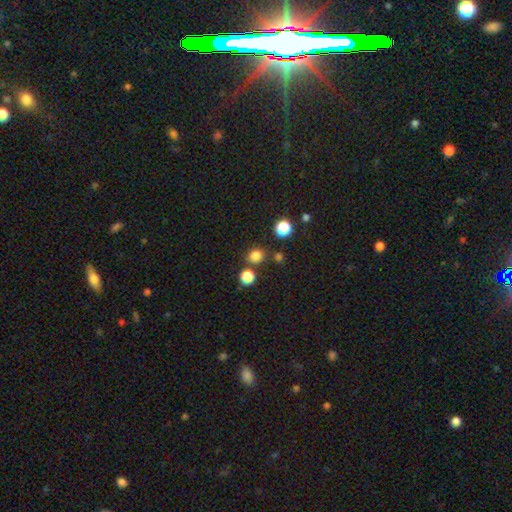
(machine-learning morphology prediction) type=smooth (80%); roundness=round (78%); merging=none (79%).